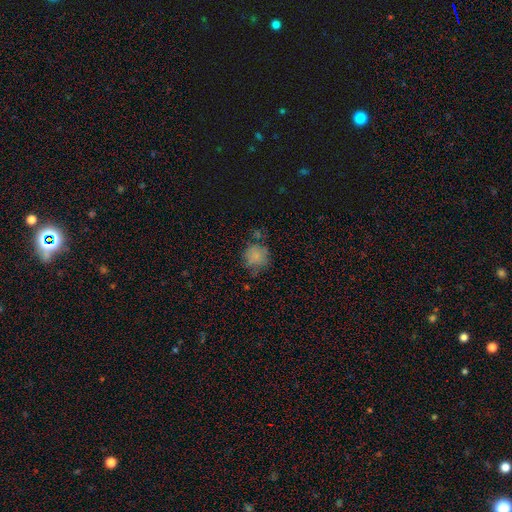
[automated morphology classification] Smooth or featured? smooth (77%)
How rounded? round (83%)
Merging? none (60%)